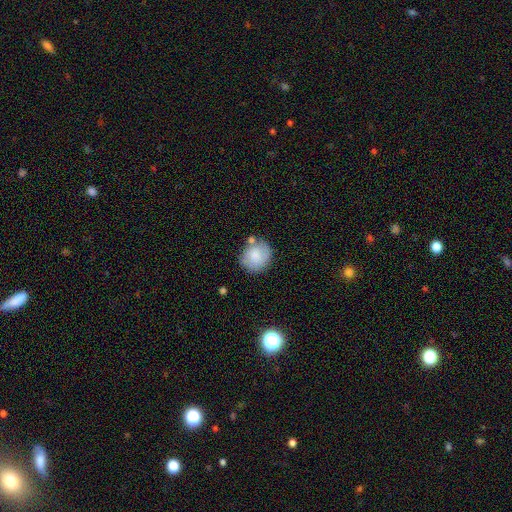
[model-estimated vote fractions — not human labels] Smooth or featured?
  - smooth: 76% *
  - featured or disk: 17%
  - star or artifact: 7%
How rounded?
  - round: 73% *
  - in between: 27%
  - cigar-shaped: 1%
Merging?
  - none: 62% *
  - minor disturbance: 20%
  - merger: 12%
  - major disturbance: 5%